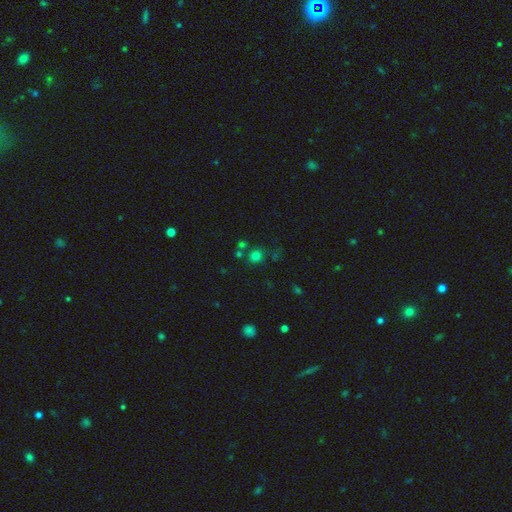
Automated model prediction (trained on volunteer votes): Morphology: type=smooth (70%); roundness=round (82%); merging=none (70%).